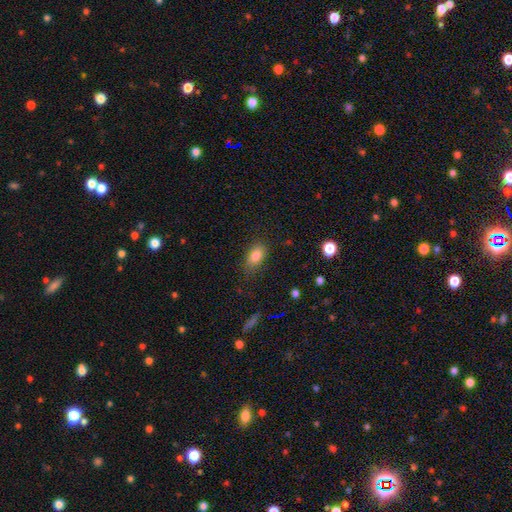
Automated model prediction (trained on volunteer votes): smooth_or_featured: smooth (p=0.83) [alt: star or artifact p=0.09]
how_rounded: in between (p=0.86) [alt: round p=0.10]
merging: none (p=0.78) [alt: minor disturbance p=0.16]